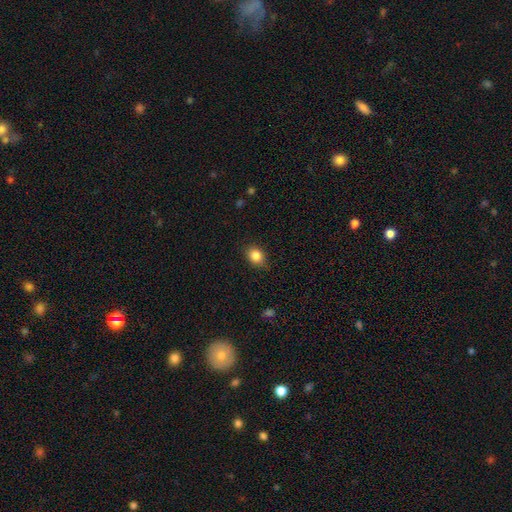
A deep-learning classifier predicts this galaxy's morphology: Smooth or featured? smooth (85%)
How rounded? in between (62%)
Merging? none (82%)